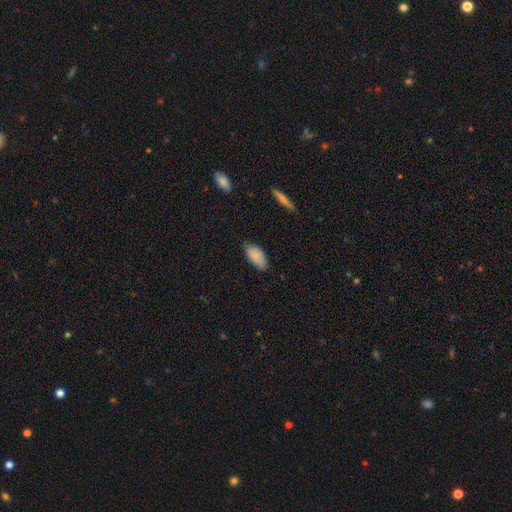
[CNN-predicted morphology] A smooth galaxy with no disk features (84%) that is in between round and cigar-shaped (92%). Merging: none (77%).